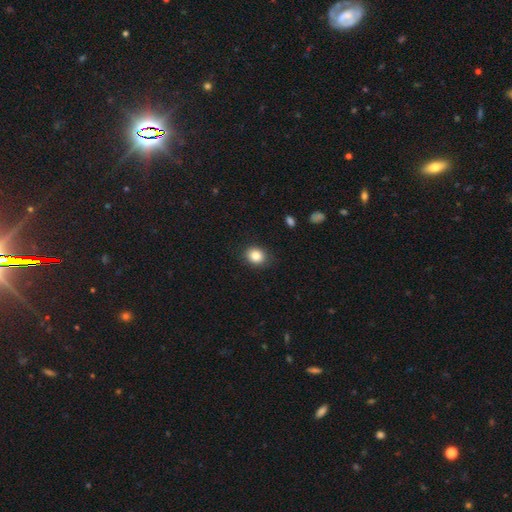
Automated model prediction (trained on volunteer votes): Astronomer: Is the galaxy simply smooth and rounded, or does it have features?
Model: smooth — 84%.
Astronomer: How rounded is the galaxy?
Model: round — 57% (runner-up: in between, 42%).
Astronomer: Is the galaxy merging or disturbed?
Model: none — 86%.